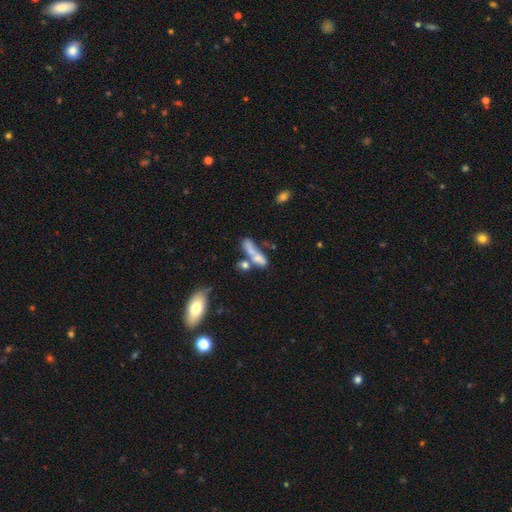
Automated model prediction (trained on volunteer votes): This is likely a smooth galaxy (61%). How rounded: possibly in between (48%). Merging: possibly merger (49%).